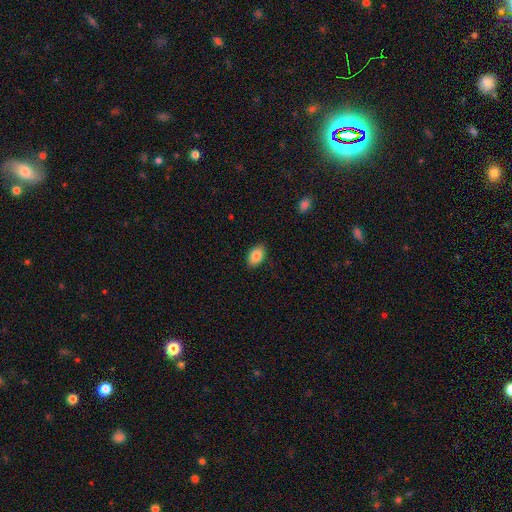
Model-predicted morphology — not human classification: Overall: smooth (86%). How rounded: in between (89%). Merging: none (88%).